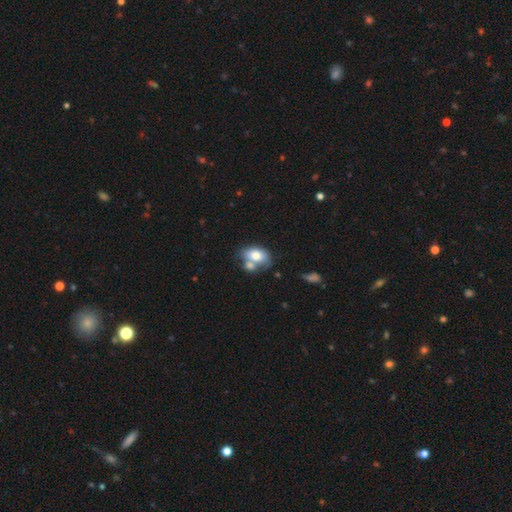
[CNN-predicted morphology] Overall: smooth (73%). How rounded: in between (84%). Merging: merger (44%; none 35%).